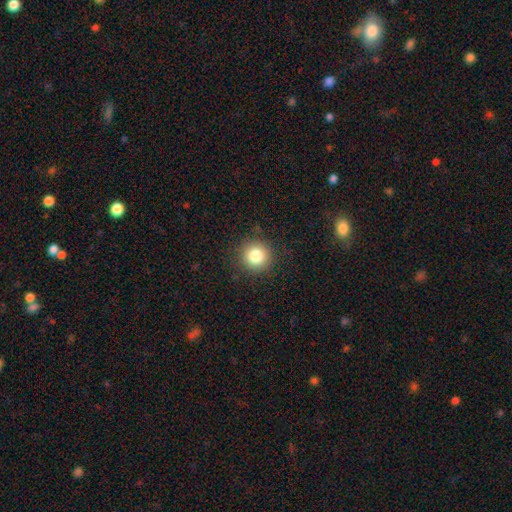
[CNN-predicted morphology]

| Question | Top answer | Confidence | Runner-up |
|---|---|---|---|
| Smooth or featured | smooth | 82% | star or artifact (11%) |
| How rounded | round | 94% | in between (6%) |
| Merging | none | 90% | minor disturbance (6%) |